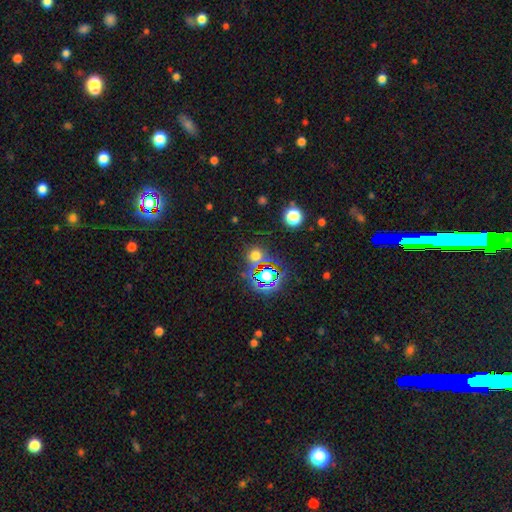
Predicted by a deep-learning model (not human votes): smooth_or_featured: smooth (p=0.50) [alt: star or artifact p=0.42]
how_rounded: round (p=0.88) [alt: in between p=0.11]
merging: none (p=0.77) [alt: minor disturbance p=0.10]